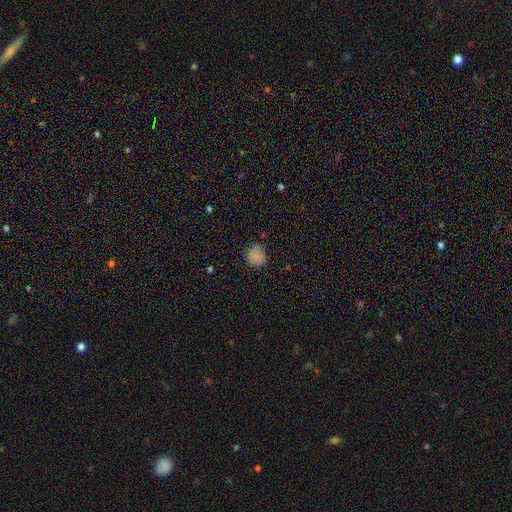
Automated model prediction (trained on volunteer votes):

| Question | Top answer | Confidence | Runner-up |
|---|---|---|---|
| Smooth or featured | smooth | 71% | star or artifact (19%) |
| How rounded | round | 78% | in between (21%) |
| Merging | none | 74% | minor disturbance (19%) |